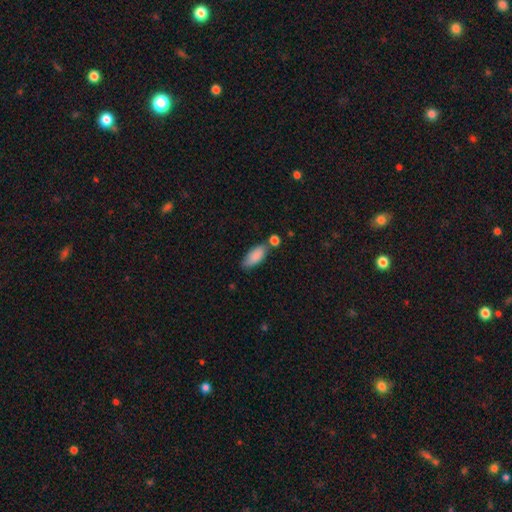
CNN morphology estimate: This is clearly a smooth galaxy (85%). How rounded: clearly in between (84%). Merging: possibly none (59%).